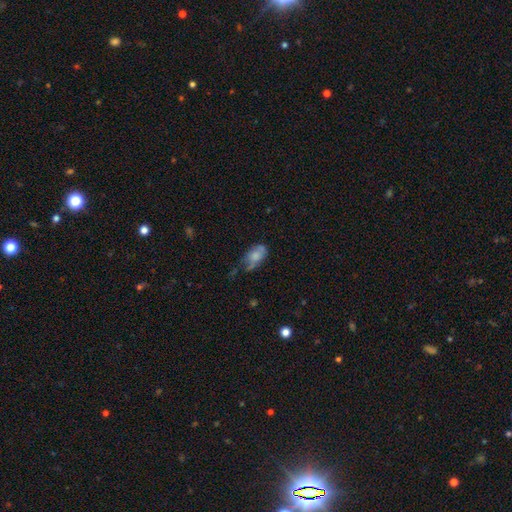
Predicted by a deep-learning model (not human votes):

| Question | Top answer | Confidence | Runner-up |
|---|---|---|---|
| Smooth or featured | smooth | 64% | featured or disk (27%) |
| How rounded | in between | 90% | round (7%) |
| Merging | none | 39% | minor disturbance (36%) |